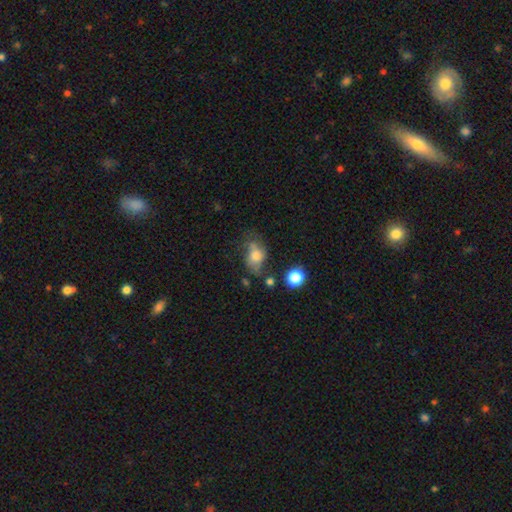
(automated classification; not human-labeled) Overall: smooth (63%; featured or disk 26%). How rounded: in between (75%). Merging: none (42%; minor disturbance 30%).